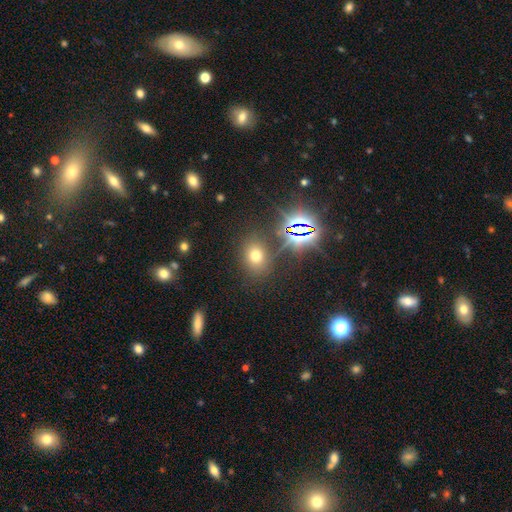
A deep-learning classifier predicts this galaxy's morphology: smooth 62%, star or artifact 29%, featured or disk 10%. Down the decision tree: how rounded — in between (52%); merging — none (80%).